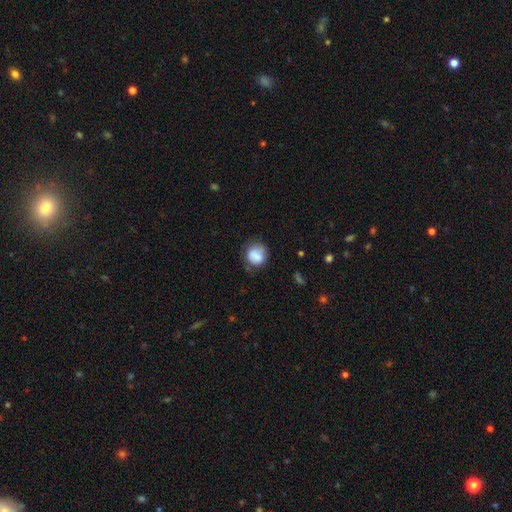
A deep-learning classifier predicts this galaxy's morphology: A smooth galaxy with no disk features (81%) that is round (76%). Merging: none (62%).